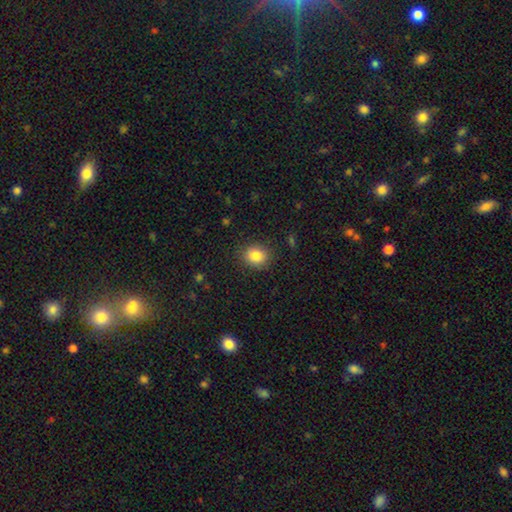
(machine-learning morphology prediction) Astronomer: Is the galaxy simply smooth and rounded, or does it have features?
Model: smooth — 84%.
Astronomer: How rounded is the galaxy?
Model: round — 66%.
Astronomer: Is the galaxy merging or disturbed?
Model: none — 88%.